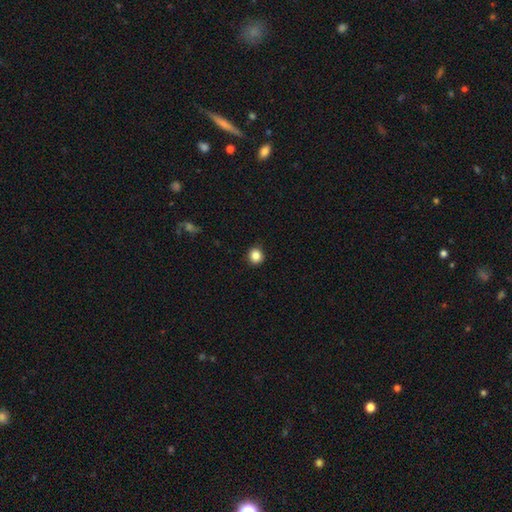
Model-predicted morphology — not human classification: This appears to be a smooth galaxy with no disk features (86%) that is round (88%). Merging: none (90%).